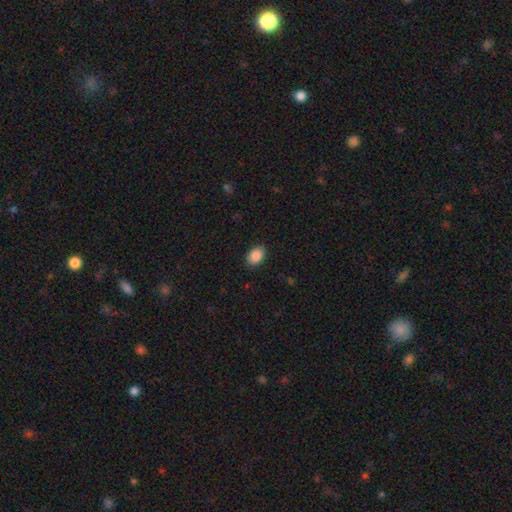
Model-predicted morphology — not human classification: Smooth or featured: smooth — 89% (star or artifact — 8%)
How rounded: in between — 83% (round — 16%)
Merging: none — 88% (minor disturbance — 9%)